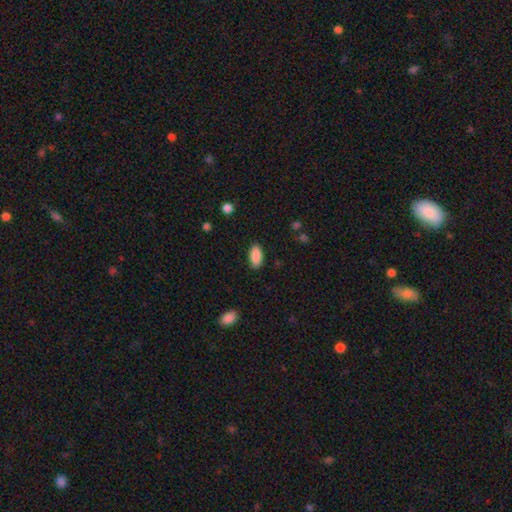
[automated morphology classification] smooth-or-featured: smooth: 89% | star or artifact: 7% | featured or disk: 4%
  how-rounded: in between: 91% | cigar-shaped: 6% | round: 2%
  merging: none: 86% | minor disturbance: 10% | major disturbance: 3% | merger: 1%